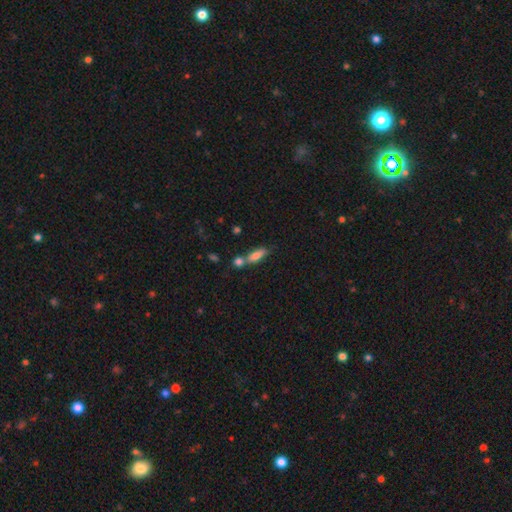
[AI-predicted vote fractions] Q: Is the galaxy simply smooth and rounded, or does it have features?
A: smooth — 76%.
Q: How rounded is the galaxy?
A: in between — 50%.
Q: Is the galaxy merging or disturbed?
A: none — 47%.